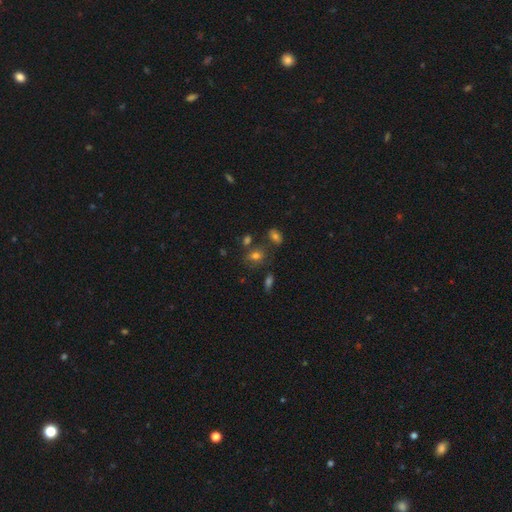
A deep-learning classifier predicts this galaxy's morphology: A smooth galaxy with no disk features (69%) that is in between round and cigar-shaped (64%). Merging: none (65%).